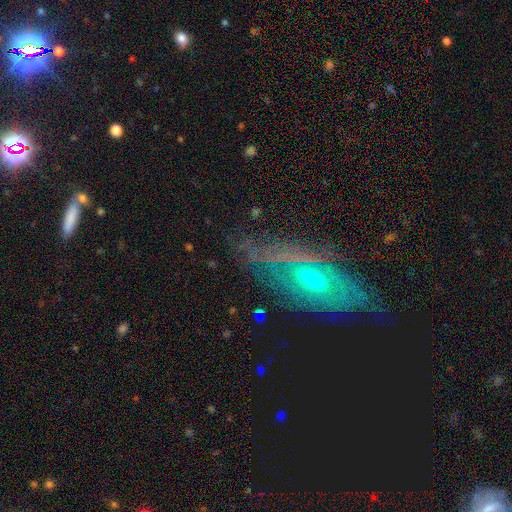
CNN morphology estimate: A featured or disk galaxy (68%). Merging: none (70%).